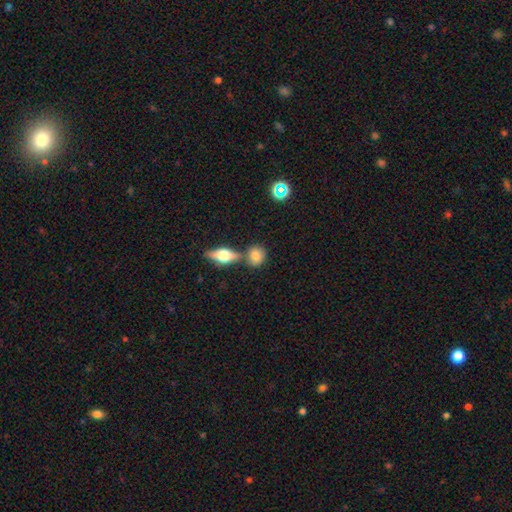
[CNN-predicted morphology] Smooth or featured: smooth — 76% (featured or disk — 14%)
How rounded: round — 65% (in between — 31%)
Merging: none — 62% (merger — 23%)